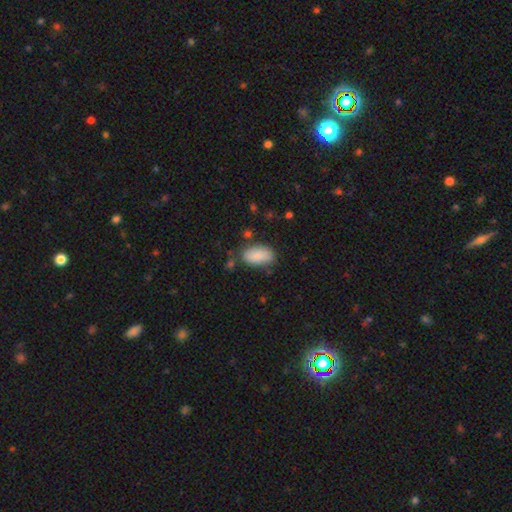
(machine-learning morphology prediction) smooth 87%, featured or disk 7%, star or artifact 6%. Down the decision tree: how rounded — in between (93%); merging — none (75%).